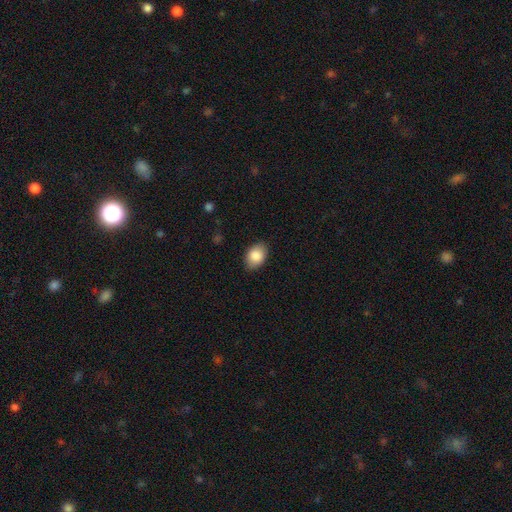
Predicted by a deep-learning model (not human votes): Smooth or featured? smooth (86%)
How rounded? in between (83%)
Merging? none (87%)